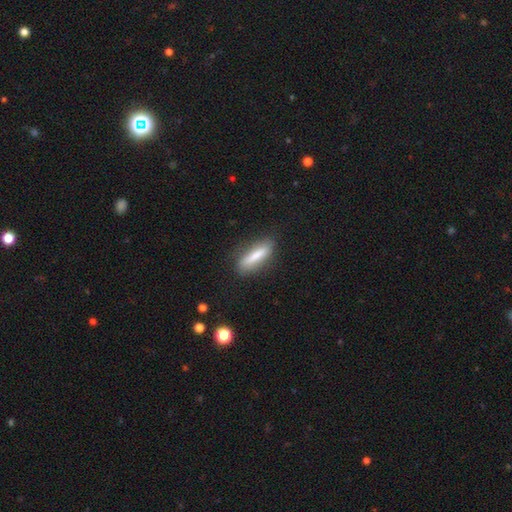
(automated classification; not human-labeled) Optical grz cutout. It shows a smooth galaxy with no disk features (72%) that is cigar-shaped (72%). Merging: none (80%).